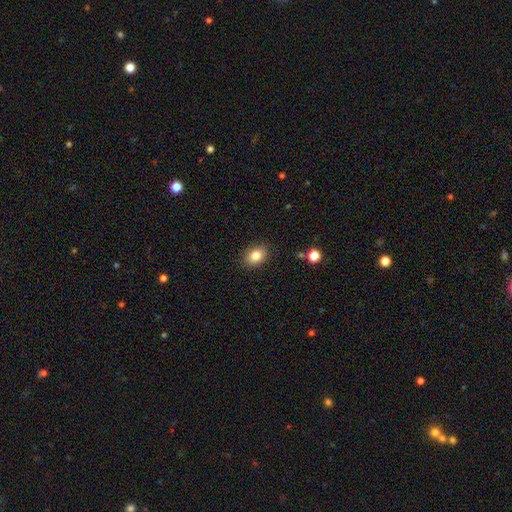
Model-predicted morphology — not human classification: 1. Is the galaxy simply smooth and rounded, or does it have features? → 82% smooth, 10% star or artifact, 8% featured or disk.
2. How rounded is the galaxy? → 72% in between, 27% round, 1% cigar-shaped.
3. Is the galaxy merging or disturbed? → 87% none, 9% minor disturbance, 2% major disturbance, 1% merger.